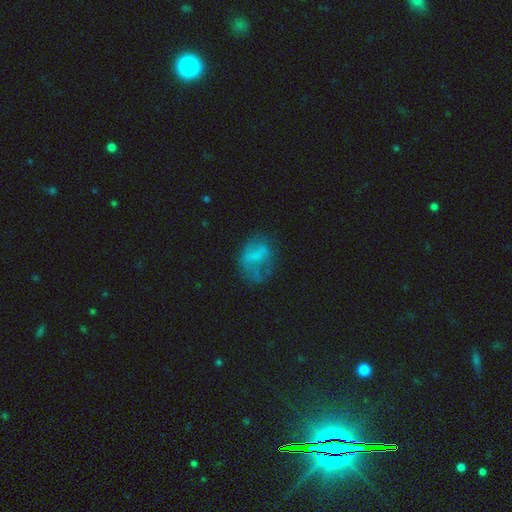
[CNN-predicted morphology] smooth-or-featured: smooth: 47% | featured or disk: 40% | star or artifact: 13%
  merging: none: 49% | minor disturbance: 25% | major disturbance: 23% | merger: 3%